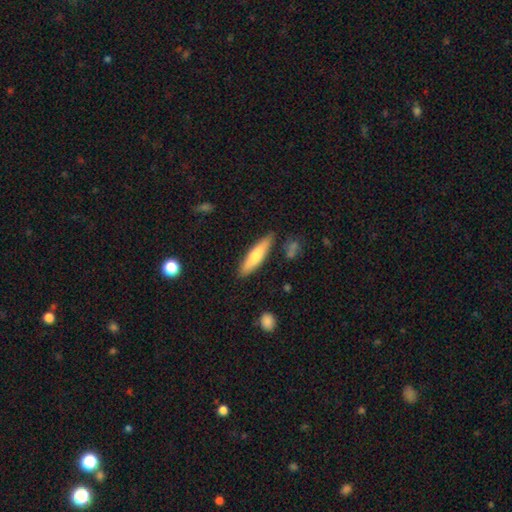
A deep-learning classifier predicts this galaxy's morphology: type=smooth (67%); roundness=cigar-shaped (75%); merging=none (84%).